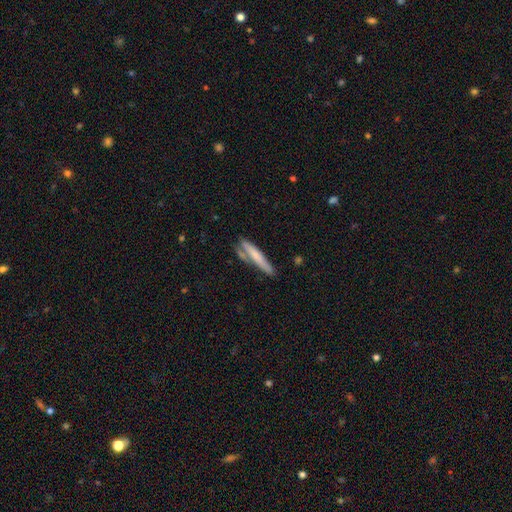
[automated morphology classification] A smooth galaxy with no disk features (64%) that is cigar-shaped (91%).

Vote fractions:
- Smooth or featured? smooth: 64% / featured or disk: 30% / star or artifact: 6%
- How rounded? cigar-shaped: 91% / in between: 8% / round: 2%
- Merging? none: 60% / minor disturbance: 18% / merger: 16% / major disturbance: 5%